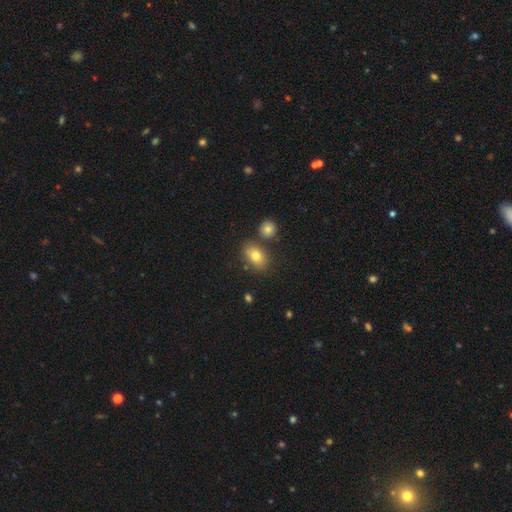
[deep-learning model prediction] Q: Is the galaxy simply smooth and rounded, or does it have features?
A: smooth — 78%.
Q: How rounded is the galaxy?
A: in between — 79%.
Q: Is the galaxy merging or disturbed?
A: none — 71%.